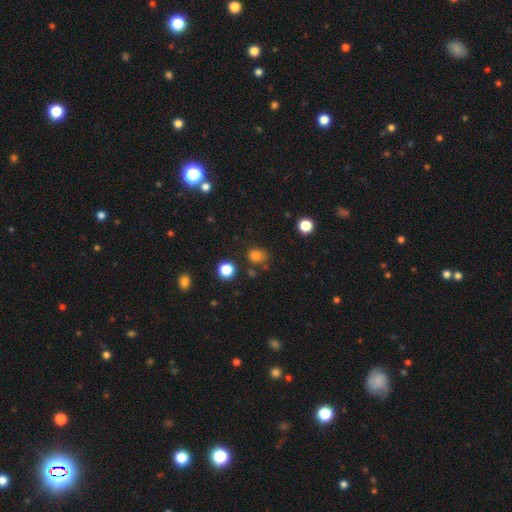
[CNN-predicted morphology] Smooth or featured? smooth (78%)
How rounded? round (63%)
Merging? none (70%)